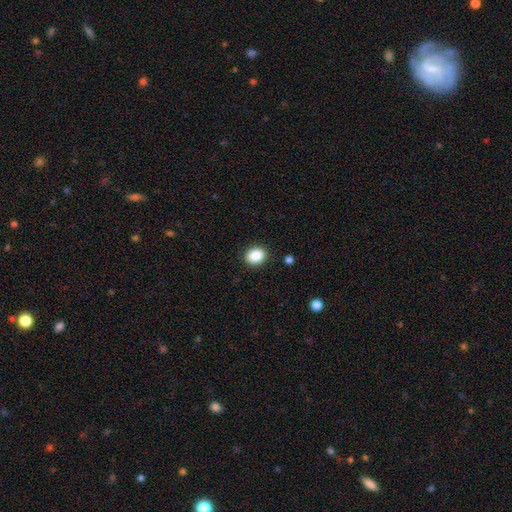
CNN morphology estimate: Overall: smooth (88%). How rounded: in between (52%; round 47%). Merging: none (89%).